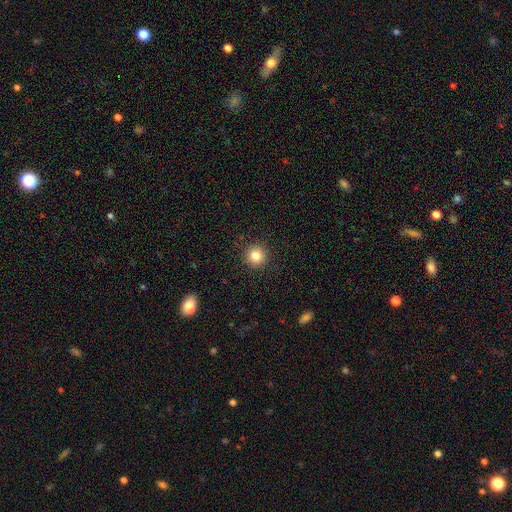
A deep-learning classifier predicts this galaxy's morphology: This is clearly a smooth galaxy (82%). How rounded: clearly round (95%). Merging: clearly none (92%).